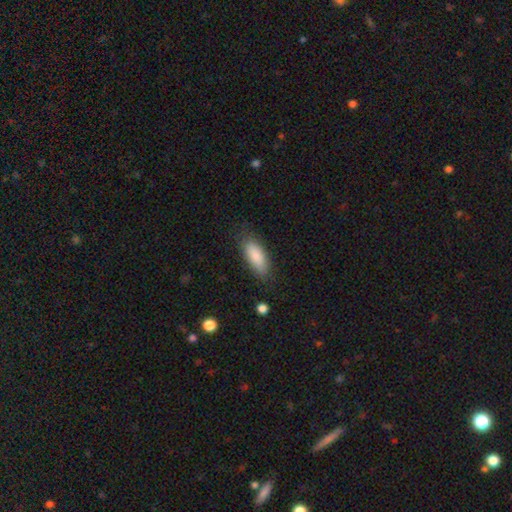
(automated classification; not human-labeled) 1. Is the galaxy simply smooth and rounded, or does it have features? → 86% smooth, 8% featured or disk, 6% star or artifact.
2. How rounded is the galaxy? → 78% in between, 20% cigar-shaped, 2% round.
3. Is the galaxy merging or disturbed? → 78% none, 17% minor disturbance, 4% major disturbance, 2% merger.